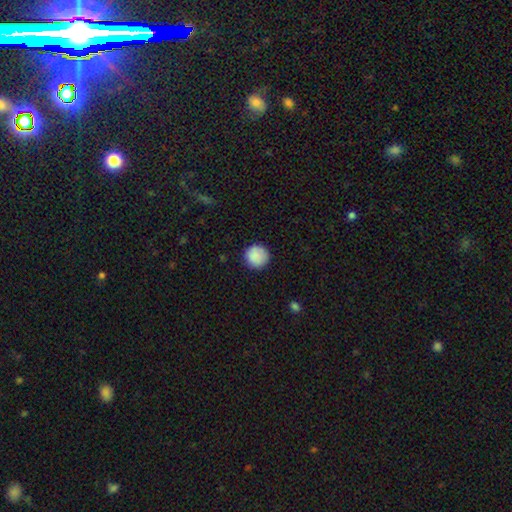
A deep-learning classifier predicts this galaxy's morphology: The model was most divided on "merging": none: 86%, minor disturbance: 10%, major disturbance: 2%, merger: 1%. More confident: how rounded — round (94%); smooth or featured — smooth (88%).